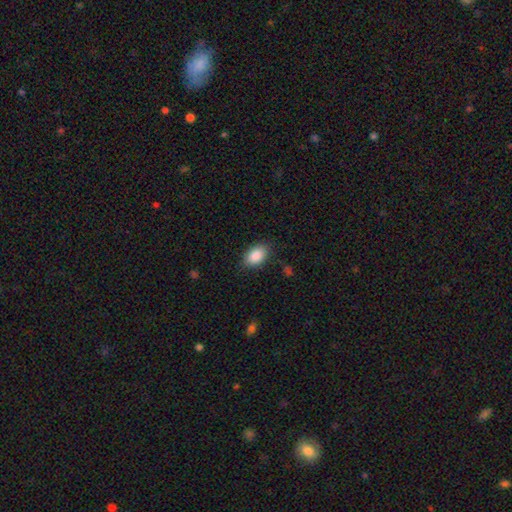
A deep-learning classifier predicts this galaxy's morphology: Smooth or featured: smooth — 88% (star or artifact — 7%)
How rounded: in between — 88% (round — 10%)
Merging: none — 83% (minor disturbance — 13%)